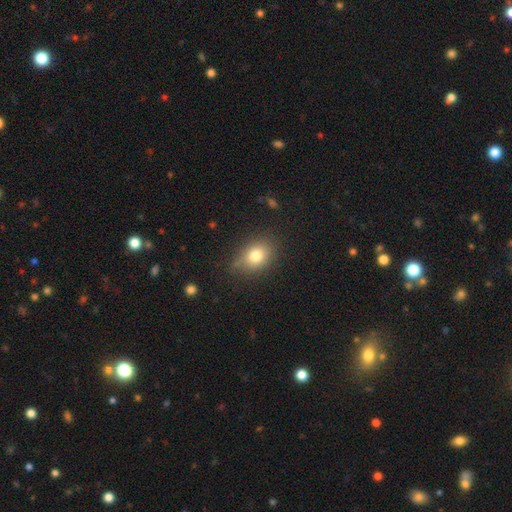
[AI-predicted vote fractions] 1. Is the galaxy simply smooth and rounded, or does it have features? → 78% smooth, 12% featured or disk, 11% star or artifact.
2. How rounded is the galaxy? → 63% in between, 36% round, 1% cigar-shaped.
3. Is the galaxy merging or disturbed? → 74% none, 20% minor disturbance, 5% major disturbance, 2% merger.